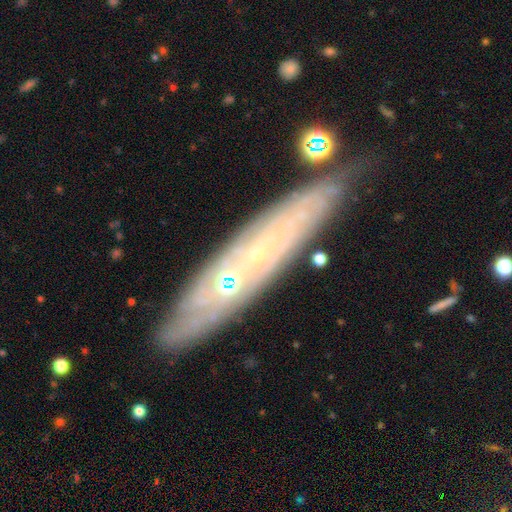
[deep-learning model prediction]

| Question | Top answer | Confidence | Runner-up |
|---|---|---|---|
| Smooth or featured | featured or disk | 75% | smooth (17%) |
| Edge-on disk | no | 57% | yes (43%) |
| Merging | none | 78% | minor disturbance (14%) |